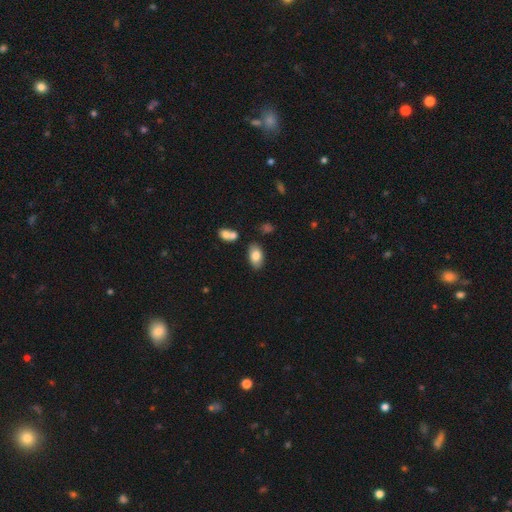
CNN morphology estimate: Q: Smooth or featured?
A: smooth (80%); runner-up: featured or disk (13%)
Q: How rounded?
A: in between (92%); runner-up: round (5%)
Q: Merging?
A: none (78%); runner-up: minor disturbance (13%)